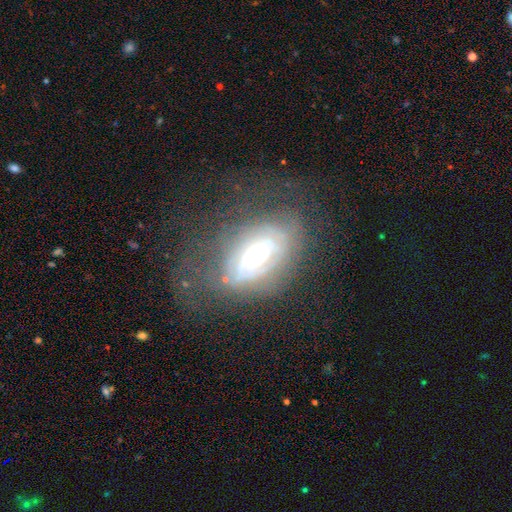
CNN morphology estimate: featured or disk 74%, smooth 18%, star or artifact 8%. Down the decision tree: edge-on disk — no (90%); bar — no (60%); spiral arms — yes (71%); bulge size — moderate (61%); merging — none (52%).